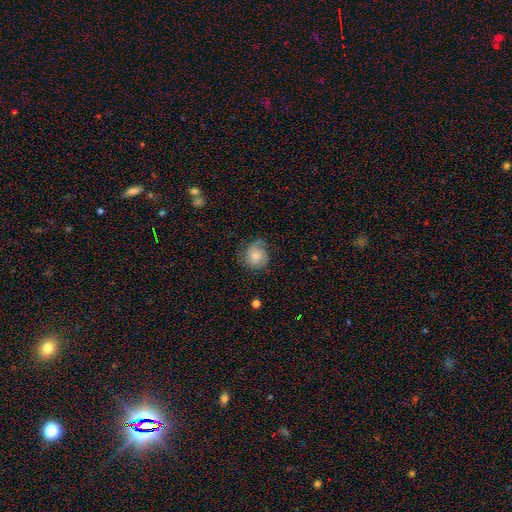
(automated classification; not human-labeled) This appears to be a featured or disk galaxy (47%). Merging: none (62%).